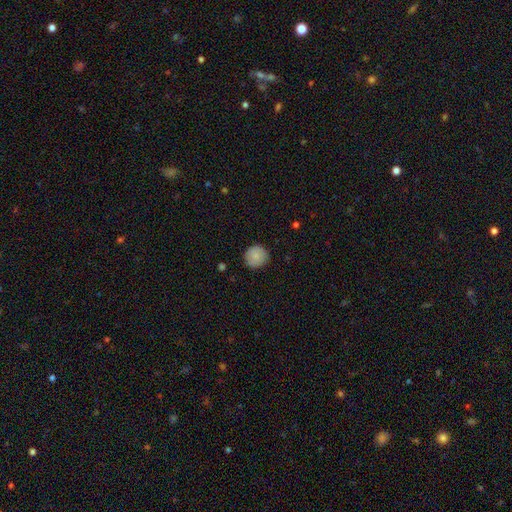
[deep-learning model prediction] This appears to be a smooth galaxy with no disk features (84%) that is round (92%). Merging: none (86%).